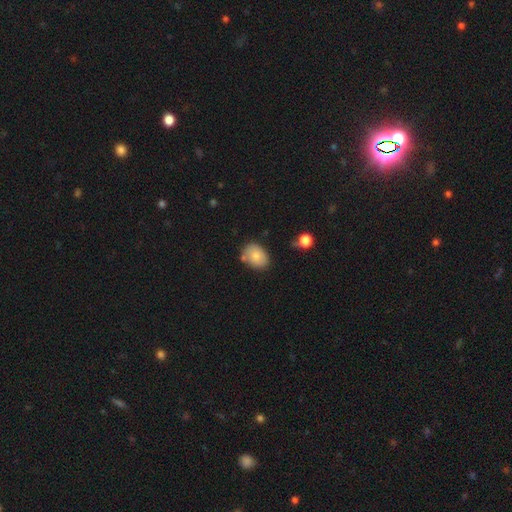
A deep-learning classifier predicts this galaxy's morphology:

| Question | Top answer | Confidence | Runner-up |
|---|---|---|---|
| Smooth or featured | smooth | 78% | featured or disk (14%) |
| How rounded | in between | 71% | round (28%) |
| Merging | none | 68% | minor disturbance (19%) |